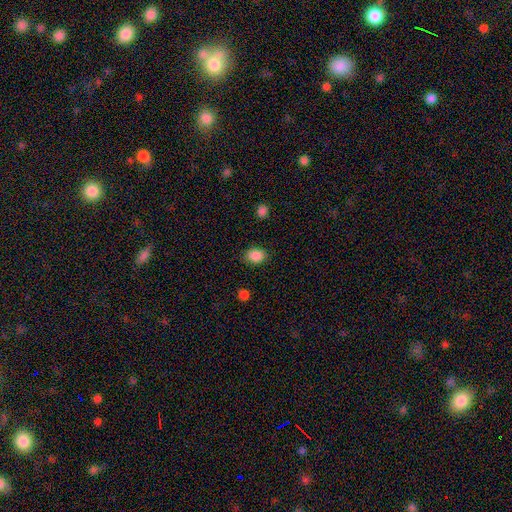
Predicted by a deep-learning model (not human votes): Smooth or featured?
  - smooth: 87% *
  - star or artifact: 9%
  - featured or disk: 4%
How rounded?
  - in between: 59% *
  - round: 40%
  - cigar-shaped: 1%
Merging?
  - none: 83% *
  - minor disturbance: 12%
  - major disturbance: 3%
  - merger: 2%